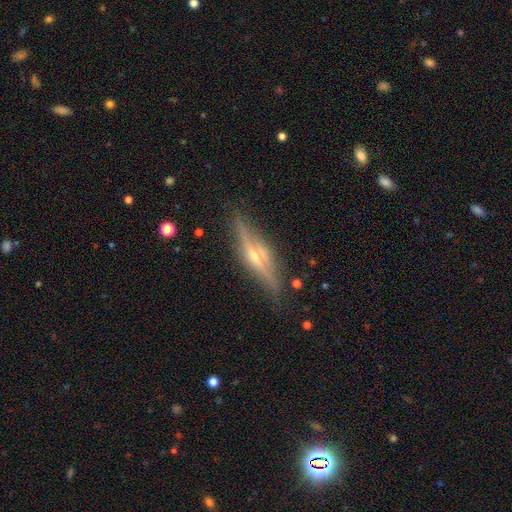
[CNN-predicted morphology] featured or disk 80%, smooth 12%, star or artifact 7%. Down the decision tree: edge-on disk — yes (95%); edge-on bulge — rounded (88%); merging — none (84%).